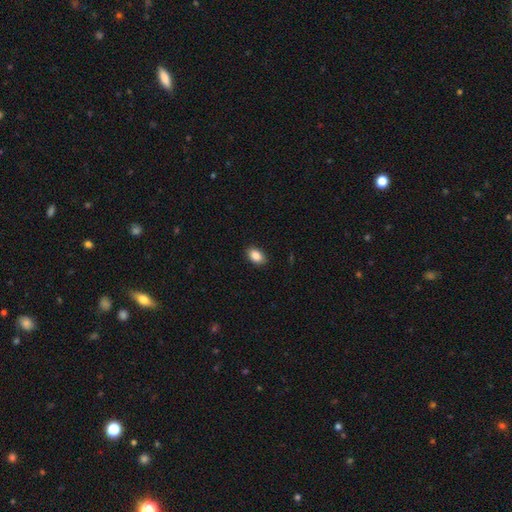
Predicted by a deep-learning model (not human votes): Q: Smooth or featured?
A: smooth (87%); runner-up: star or artifact (8%)
Q: How rounded?
A: in between (88%); runner-up: round (11%)
Q: Merging?
A: none (89%); runner-up: minor disturbance (9%)